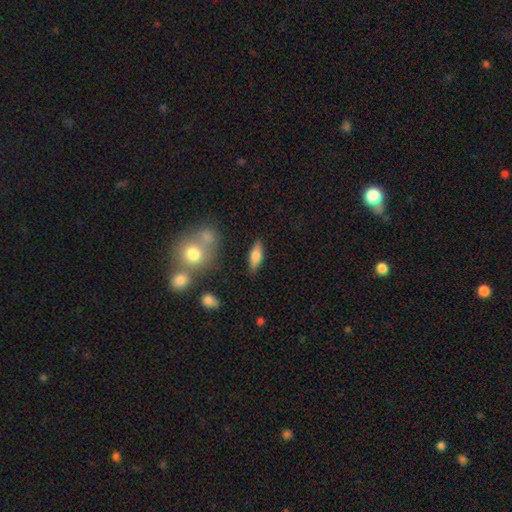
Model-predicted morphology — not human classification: smooth-or-featured: smooth: 70% | featured or disk: 23% | star or artifact: 7%
  how-rounded: in between: 65% | cigar-shaped: 32% | round: 3%
  merging: none: 83% | minor disturbance: 11% | merger: 3% | major disturbance: 3%